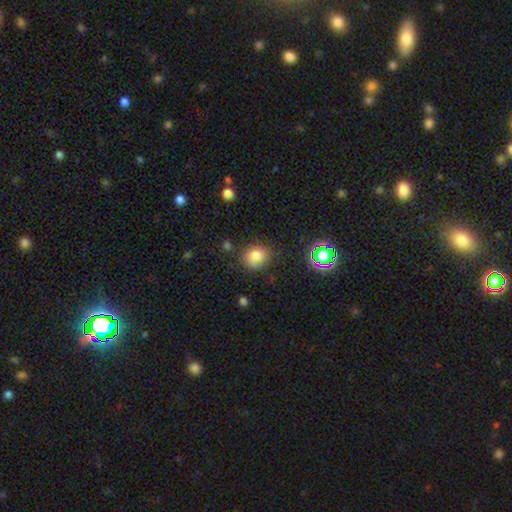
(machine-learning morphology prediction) Smooth or featured? Predicted: smooth (p=0.77). How rounded? Predicted: round (p=0.74). Merging? Predicted: none (p=0.77).